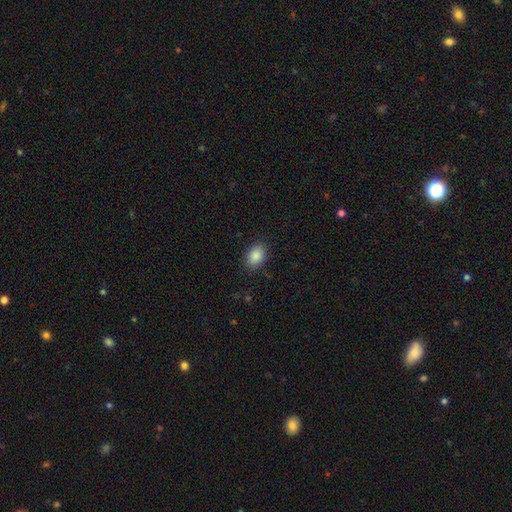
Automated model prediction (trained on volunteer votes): Morphology: type=smooth (87%); roundness=in between (82%); merging=none (86%).